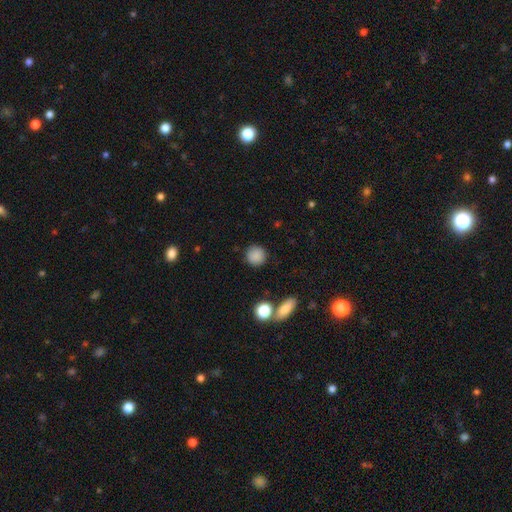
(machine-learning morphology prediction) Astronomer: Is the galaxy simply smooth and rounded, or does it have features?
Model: smooth — 86%.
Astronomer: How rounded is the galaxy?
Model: round — 92%.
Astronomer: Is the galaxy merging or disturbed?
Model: none — 88%.